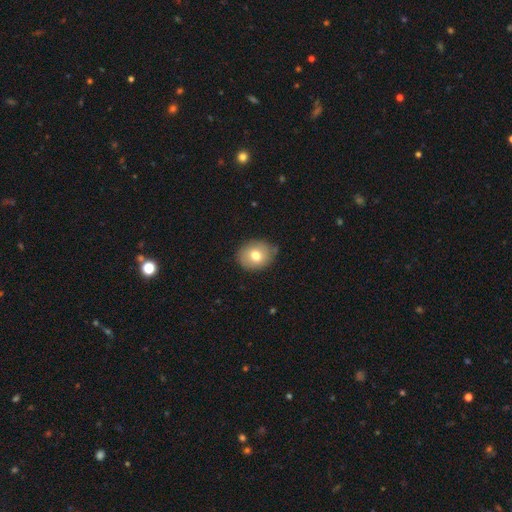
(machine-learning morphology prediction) smooth_or_featured: smooth (p=0.75) [alt: featured or disk p=0.16]
how_rounded: round (p=0.61) [alt: in between p=0.38]
merging: none (p=0.80) [alt: minor disturbance p=0.16]